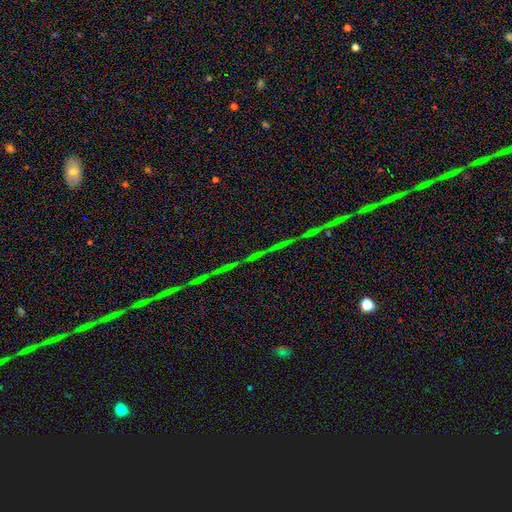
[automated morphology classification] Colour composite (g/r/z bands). It shows a star or artifact, not a galaxy (85%).